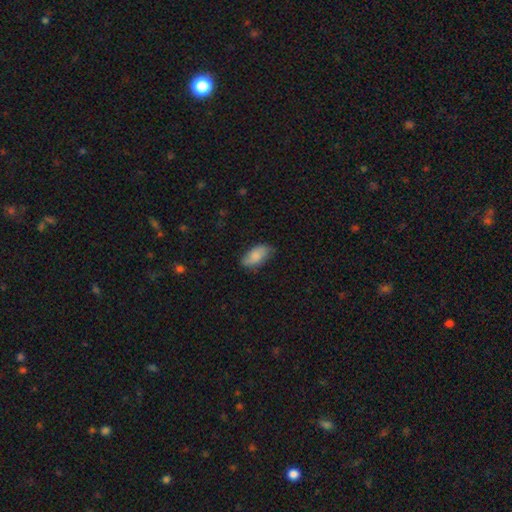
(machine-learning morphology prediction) Smooth or featured?
  - smooth: 79% *
  - featured or disk: 14%
  - star or artifact: 7%
How rounded?
  - in between: 92% *
  - cigar-shaped: 5%
  - round: 3%
Merging?
  - none: 74% *
  - minor disturbance: 21%
  - major disturbance: 4%
  - merger: 1%